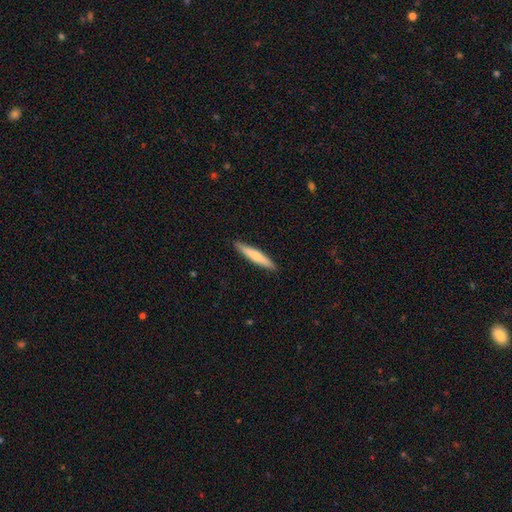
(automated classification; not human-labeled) Smooth or featured? Predicted: smooth (p=0.66). How rounded? Predicted: cigar-shaped (p=0.93). Merging? Predicted: none (p=0.90).